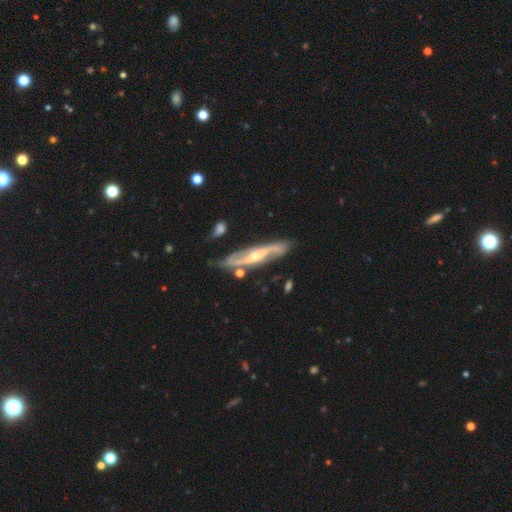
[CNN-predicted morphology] Overall: featured or disk (87%). Edge-on disk: no (72%). Bar: strong (39%; weak 34%). Spiral arms: yes (95%). Spiral arm count: 2 (88%). Spiral winding: medium (41%; loose 38%). Bulge size: moderate (50%; small 45%). Merging: none (72%).